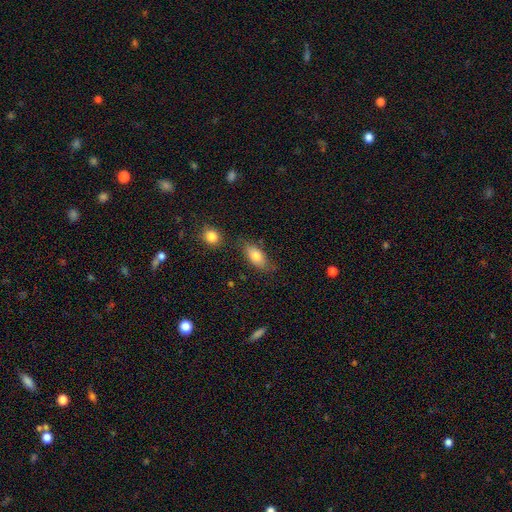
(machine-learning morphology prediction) A smooth galaxy with no disk features (79%) that is in between round and cigar-shaped (87%).

Vote fractions:
- Smooth or featured? smooth: 79% / featured or disk: 14% / star or artifact: 8%
- How rounded? in between: 87% / cigar-shaped: 8% / round: 4%
- Merging? none: 71% / minor disturbance: 17% / merger: 7% / major disturbance: 5%